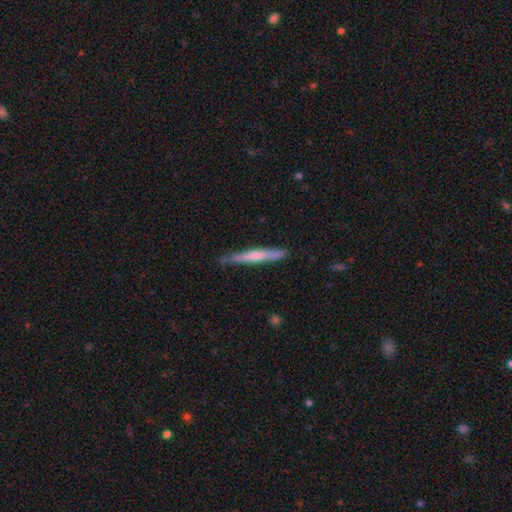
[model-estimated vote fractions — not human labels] Smooth or featured?
  - featured or disk: 49% *
  - smooth: 46%
  - star or artifact: 6%
Merging?
  - none: 79% *
  - minor disturbance: 16%
  - major disturbance: 2%
  - merger: 2%